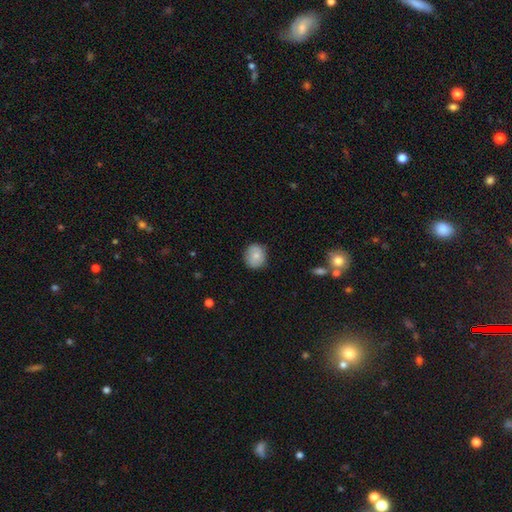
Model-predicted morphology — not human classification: This appears to be a smooth galaxy with no disk features (78%) that is round (76%). Merging: none (81%).